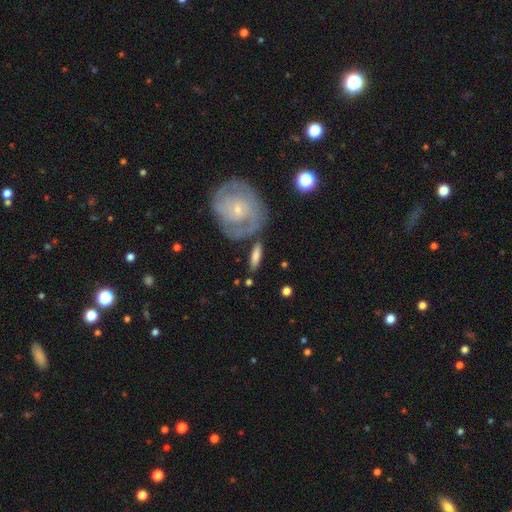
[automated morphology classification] type=smooth (60%); roundness=cigar-shaped (49%); merging=none (73%).